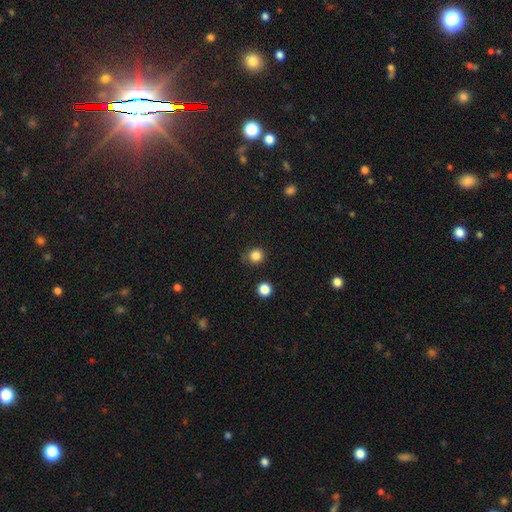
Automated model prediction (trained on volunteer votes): Morphology: type=smooth (83%); roundness=round (89%); merging=none (82%).